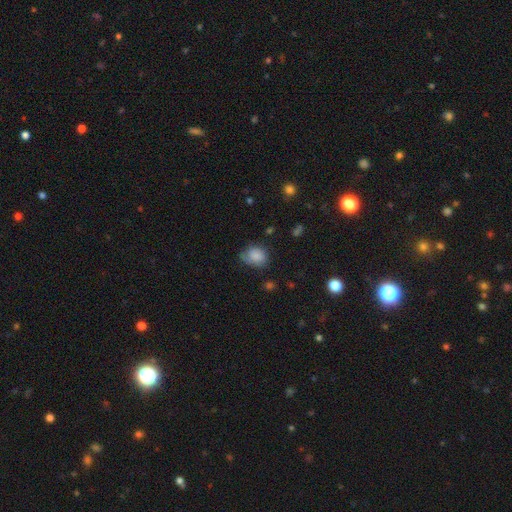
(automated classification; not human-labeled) Overall: smooth (78%). How rounded: in between (53%; round 46%). Merging: none (55%; minor disturbance 31%).